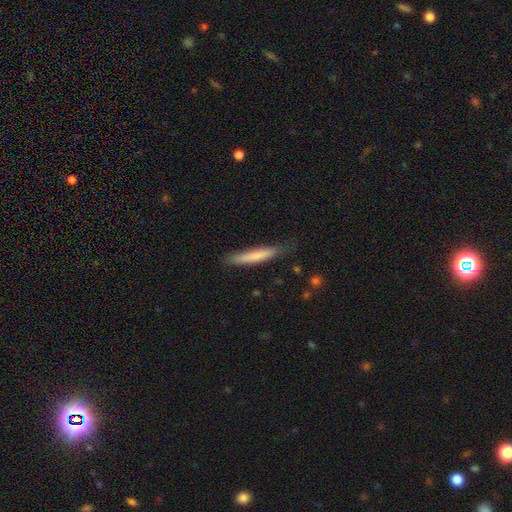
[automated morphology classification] Smooth or featured: smooth — 73% (featured or disk — 22%)
How rounded: cigar-shaped — 94% (in between — 5%)
Merging: none — 79% (minor disturbance — 16%)